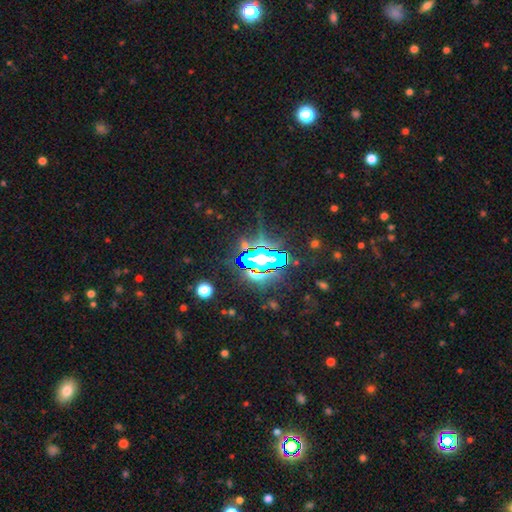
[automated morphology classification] Smooth or featured? Predicted: star or artifact (p=0.78).